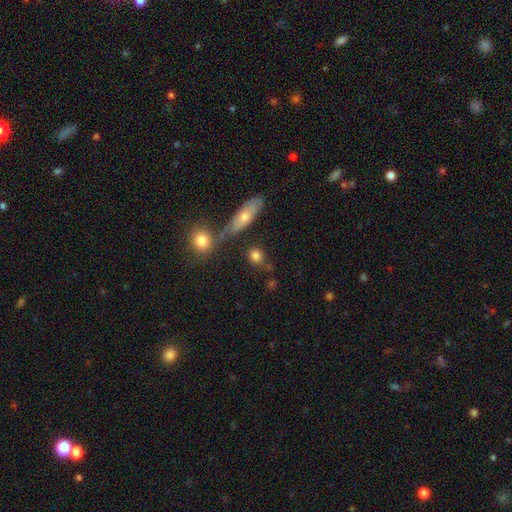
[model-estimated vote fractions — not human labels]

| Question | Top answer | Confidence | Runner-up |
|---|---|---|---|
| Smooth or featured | smooth | 81% | star or artifact (10%) |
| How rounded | round | 75% | in between (20%) |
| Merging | none | 72% | merger (13%) |